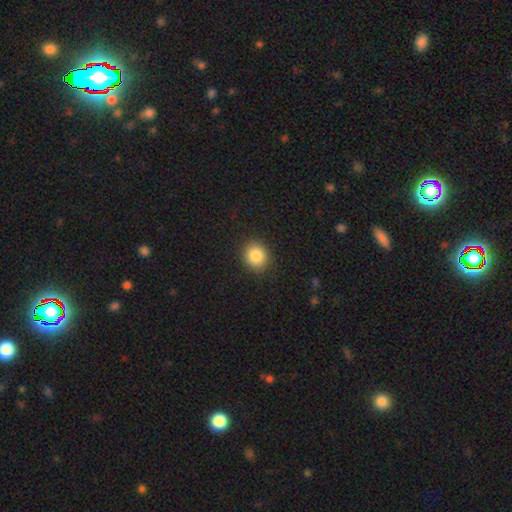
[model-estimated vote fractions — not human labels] Smooth or featured? smooth (86%)
How rounded? round (79%)
Merging? none (90%)